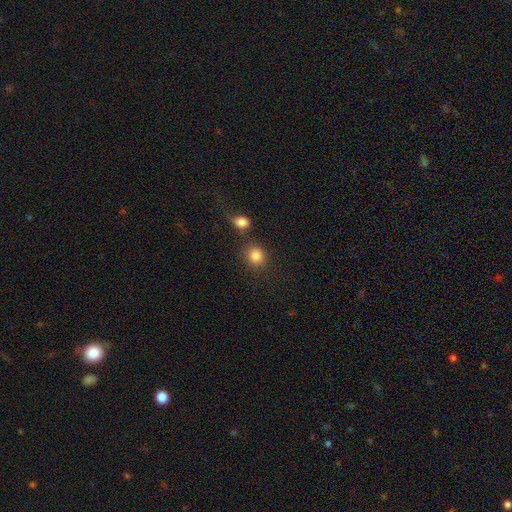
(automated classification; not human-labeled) The model was most divided on "merging": none: 69%, merger: 16%, minor disturbance: 10%, major disturbance: 5%. More confident: smooth or featured — smooth (85%); how rounded — round (82%).